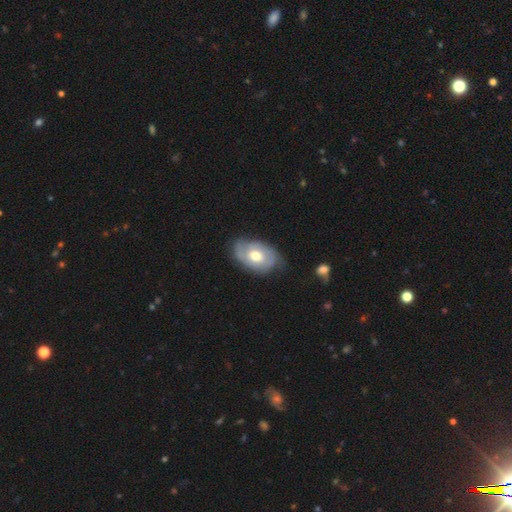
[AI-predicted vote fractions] Q: Smooth or featured?
A: featured or disk (65%); runner-up: smooth (30%)
Q: Edge-on disk?
A: no (95%); runner-up: yes (5%)
Q: Bar?
A: no (75%); runner-up: weak (21%)
Q: Spiral arms?
A: yes (78%); runner-up: no (22%)
Q: Bulge size?
A: moderate (75%); runner-up: large (13%)
Q: Merging?
A: none (66%); runner-up: minor disturbance (25%)